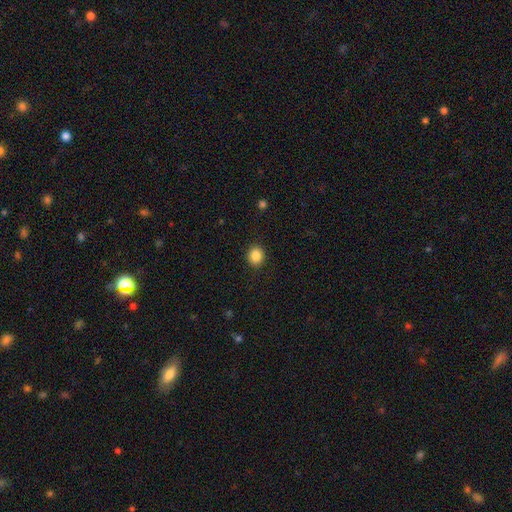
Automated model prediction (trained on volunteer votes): Morphology: type=smooth (86%); roundness=round (71%); merging=none (91%).